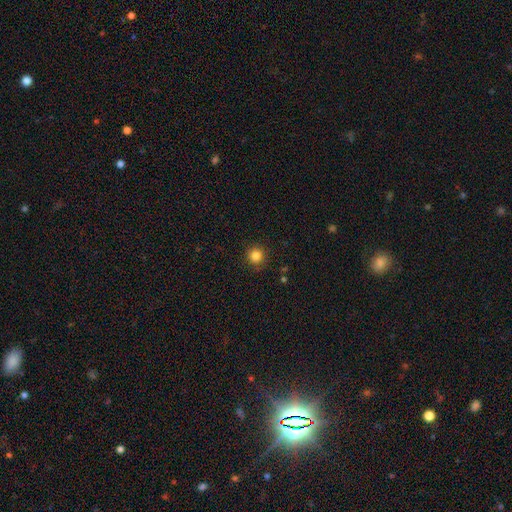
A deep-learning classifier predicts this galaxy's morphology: Smooth or featured? Predicted: smooth (p=0.84). How rounded? Predicted: round (p=0.95). Merging? Predicted: none (p=0.90).